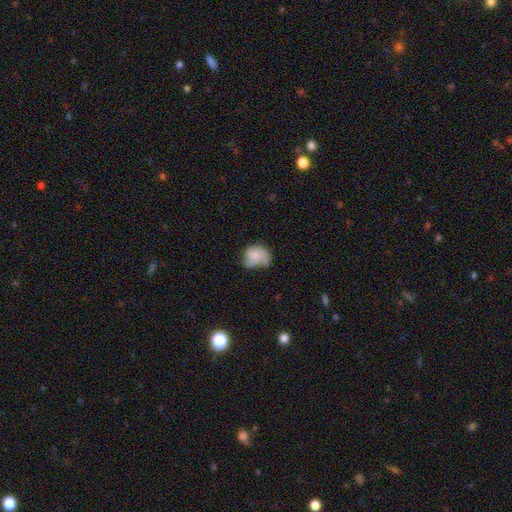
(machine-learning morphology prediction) smooth_or_featured: smooth (p=0.69) [alt: featured or disk p=0.22]
how_rounded: round (p=0.55) [alt: in between p=0.44]
merging: minor disturbance (p=0.42) [alt: none p=0.35]